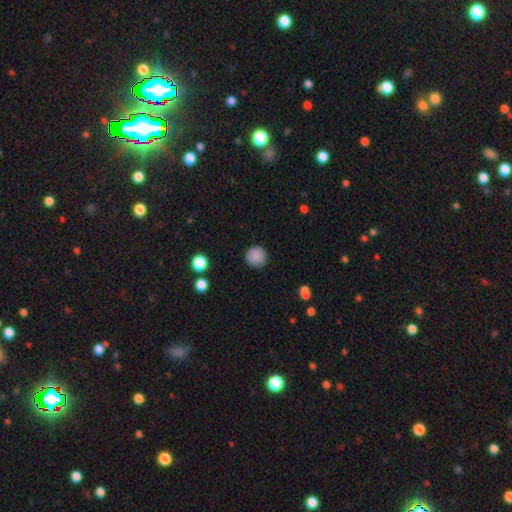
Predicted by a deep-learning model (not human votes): Smooth or featured: smooth — 87% (star or artifact — 9%)
How rounded: round — 94% (in between — 5%)
Merging: none — 88% (minor disturbance — 8%)